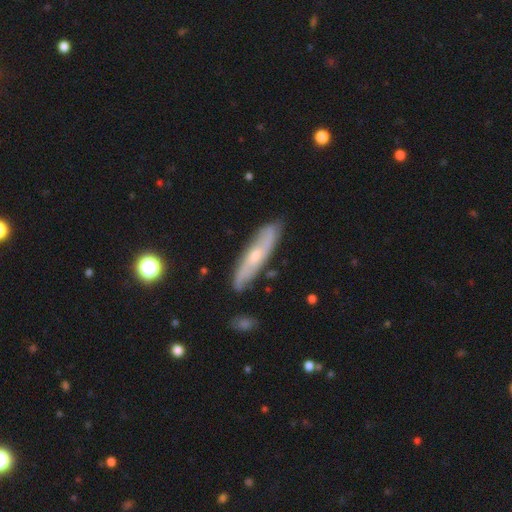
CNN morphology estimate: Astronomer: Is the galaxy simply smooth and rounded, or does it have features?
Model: featured or disk — 63%.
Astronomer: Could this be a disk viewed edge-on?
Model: no — 56% (runner-up: yes, 44%).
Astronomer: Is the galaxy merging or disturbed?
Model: none — 84%.